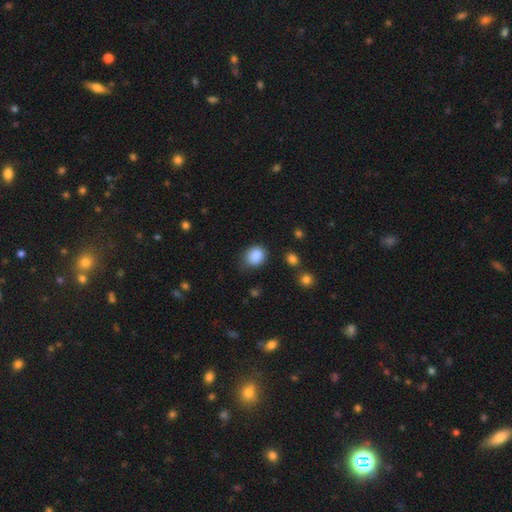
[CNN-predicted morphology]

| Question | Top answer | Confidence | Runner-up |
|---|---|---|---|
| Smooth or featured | smooth | 88% | star or artifact (9%) |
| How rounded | round | 57% | in between (42%) |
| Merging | none | 73% | minor disturbance (19%) |